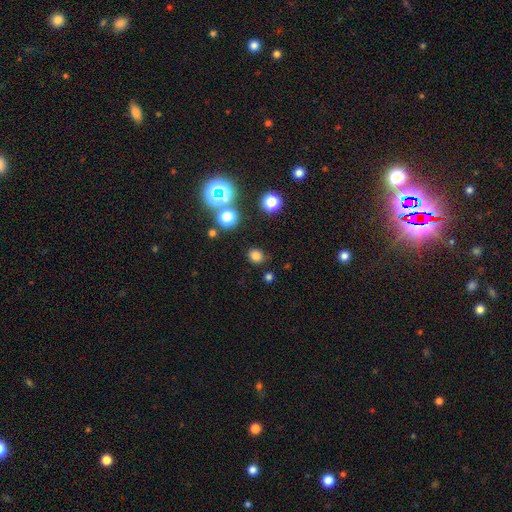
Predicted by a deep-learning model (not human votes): Smooth or featured?
  - smooth: 75% *
  - star or artifact: 20%
  - featured or disk: 5%
How rounded?
  - round: 72% *
  - in between: 27%
  - cigar-shaped: 1%
Merging?
  - none: 84% *
  - minor disturbance: 10%
  - merger: 3%
  - major disturbance: 3%